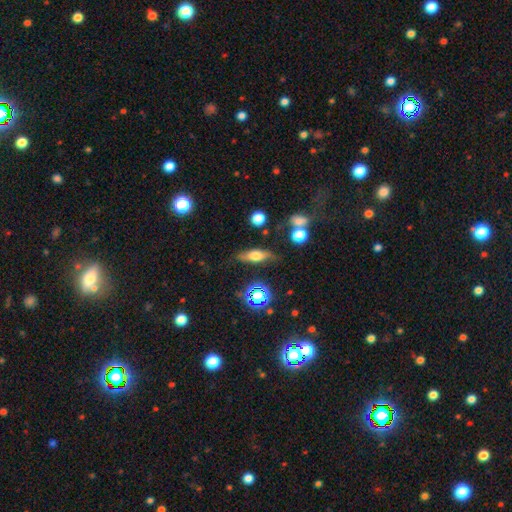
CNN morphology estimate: This appears to be a smooth galaxy with no disk features (51%) that is in between round and cigar-shaped (53%). Merging: none (72%).